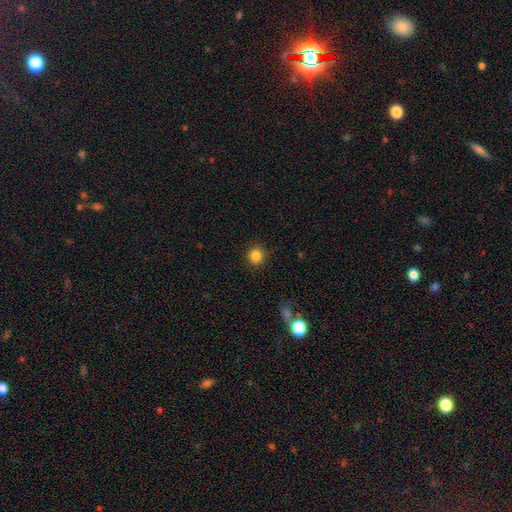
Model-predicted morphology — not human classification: Smooth or featured: smooth — 85% (star or artifact — 11%)
How rounded: round — 91% (in between — 8%)
Merging: none — 90% (minor disturbance — 6%)